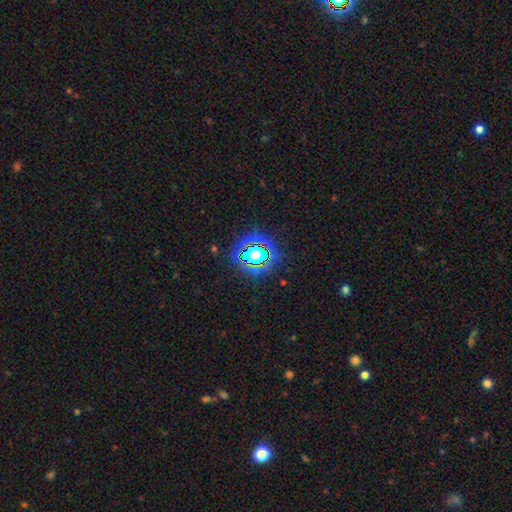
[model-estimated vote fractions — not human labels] Smooth or featured?
  - star or artifact: 80% *
  - smooth: 12%
  - featured or disk: 8%